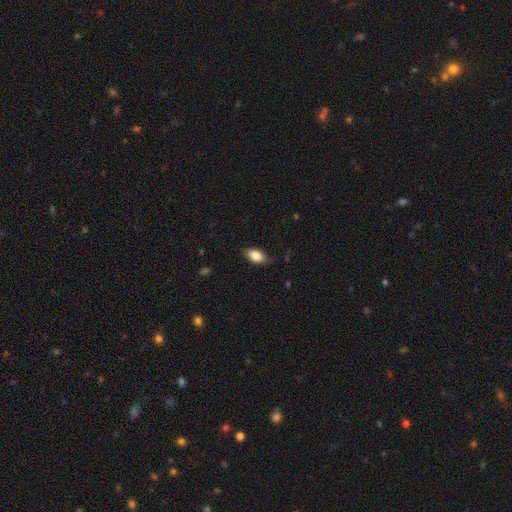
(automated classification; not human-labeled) The model was most divided on "merging": none: 80%, minor disturbance: 16%, major disturbance: 3%, merger: 1%. More confident: how rounded — in between (90%); smooth or featured — smooth (86%).